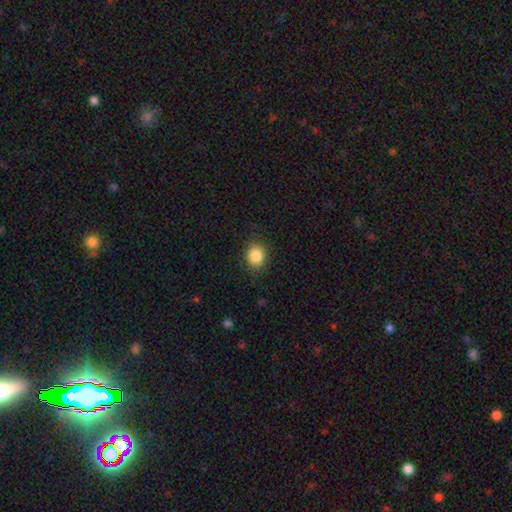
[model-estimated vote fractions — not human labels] A smooth galaxy with no disk features (86%) that is round (65%).

Vote fractions:
- Smooth or featured? smooth: 86% / star or artifact: 10% / featured or disk: 5%
- How rounded? round: 65% / in between: 35% / cigar-shaped: 1%
- Merging? none: 88% / minor disturbance: 9% / major disturbance: 3% / merger: 1%